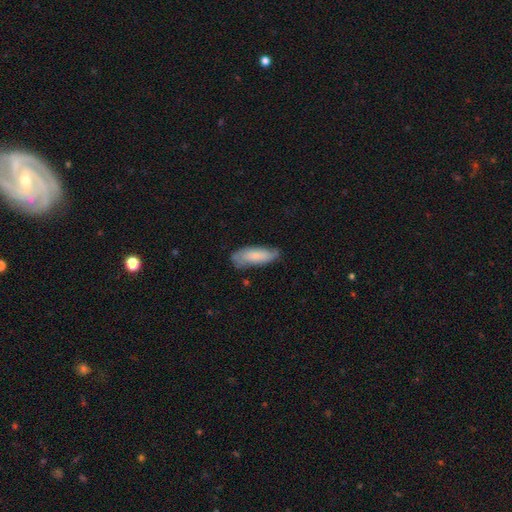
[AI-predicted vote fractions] This appears to be a smooth galaxy with no disk features (72%) that is in between round and cigar-shaped (64%). Merging: none (65%).